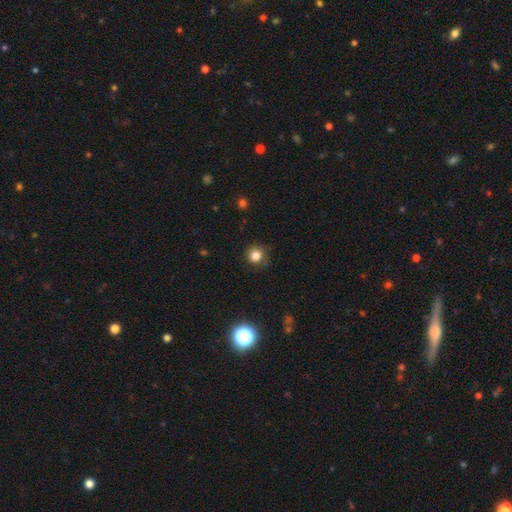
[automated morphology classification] Smooth or featured: smooth — 82% (star or artifact — 13%)
How rounded: round — 91% (in between — 8%)
Merging: none — 85% (minor disturbance — 11%)